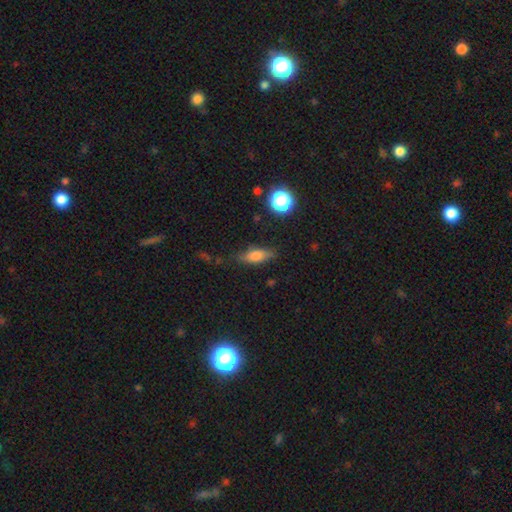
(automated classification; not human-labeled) Q: Smooth or featured?
A: smooth (66%); runner-up: featured or disk (24%)
Q: How rounded?
A: in between (64%); runner-up: cigar-shaped (31%)
Q: Merging?
A: none (74%); runner-up: minor disturbance (19%)